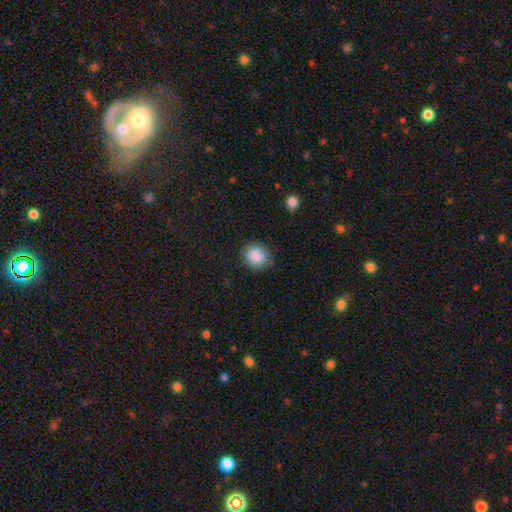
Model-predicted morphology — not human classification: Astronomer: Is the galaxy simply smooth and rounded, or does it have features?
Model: smooth — 88%.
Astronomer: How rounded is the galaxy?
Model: round — 81%.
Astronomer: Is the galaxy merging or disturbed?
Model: none — 83%.